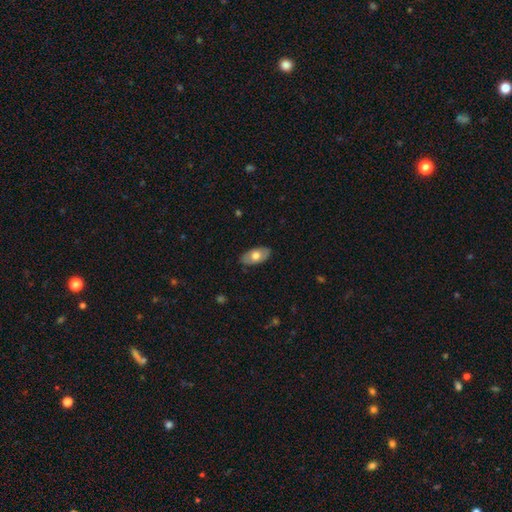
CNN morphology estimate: This is likely a smooth galaxy (63%). How rounded: clearly in between (94%). Merging: clearly none (85%).